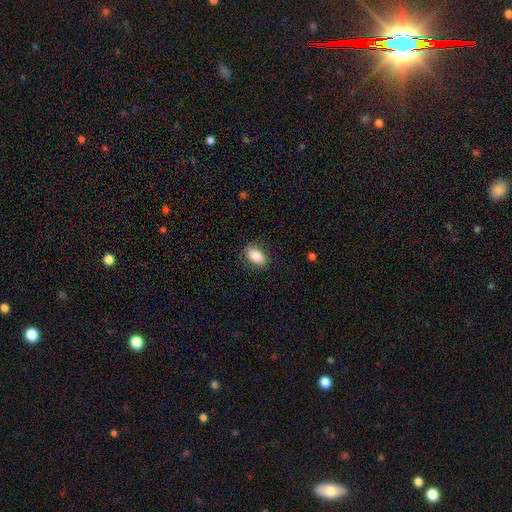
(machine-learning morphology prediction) Smooth or featured? smooth (81%)
How rounded? in between (88%)
Merging? none (82%)